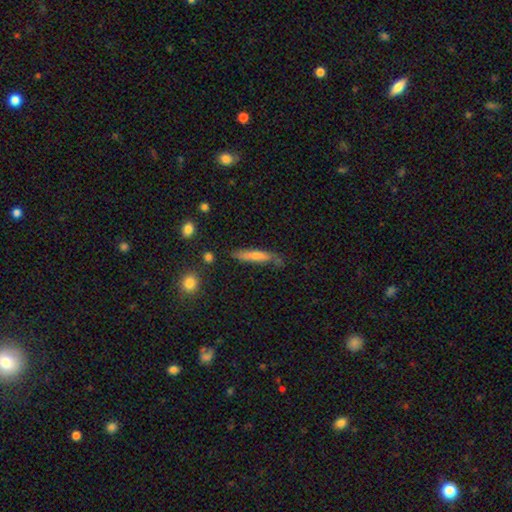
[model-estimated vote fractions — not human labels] Overall: smooth (61%; featured or disk 32%). How rounded: cigar-shaped (87%). Merging: none (67%).